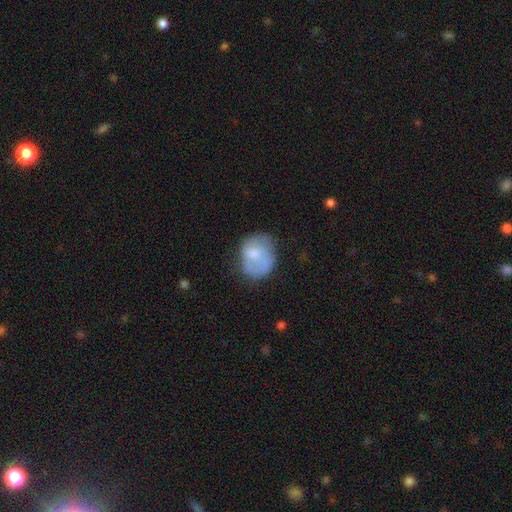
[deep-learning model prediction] Smooth or featured? Predicted: smooth (p=0.52). How rounded? Predicted: in between (p=0.50). Merging? Predicted: none (p=0.46).